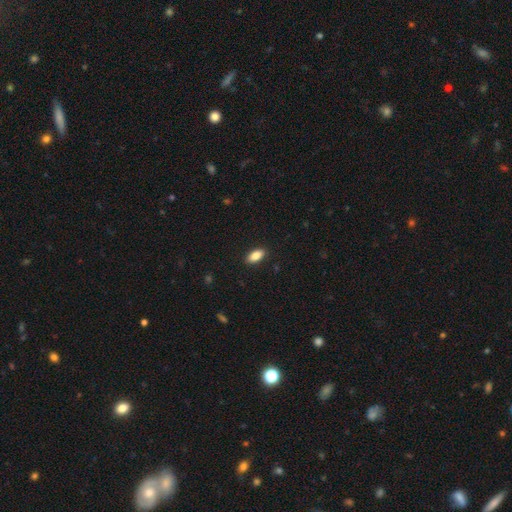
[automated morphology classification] type=smooth (87%); roundness=in between (90%); merging=none (90%).